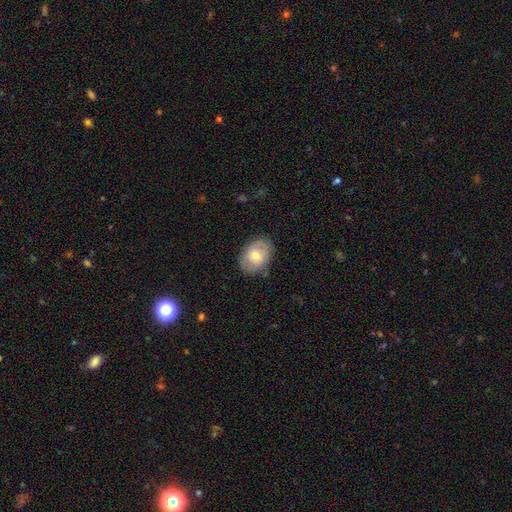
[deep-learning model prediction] Overall: smooth (60%; featured or disk 33%). How rounded: in between (72%). Merging: none (79%).